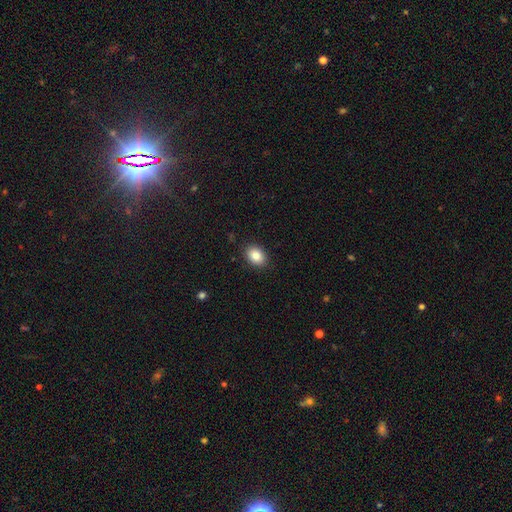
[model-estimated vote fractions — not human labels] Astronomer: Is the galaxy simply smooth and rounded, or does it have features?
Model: smooth — 86%.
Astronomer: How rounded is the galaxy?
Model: in between — 70%.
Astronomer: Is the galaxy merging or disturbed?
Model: none — 89%.